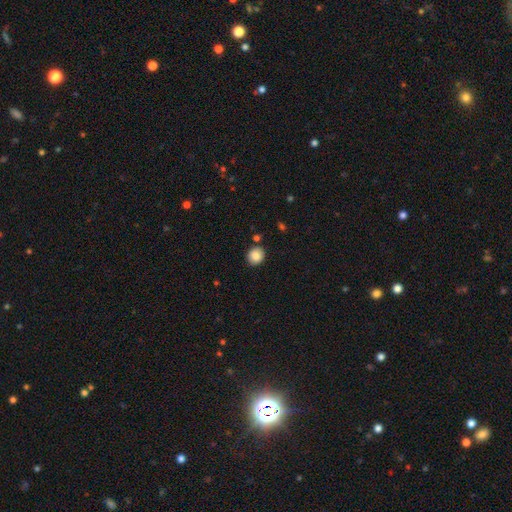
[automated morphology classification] smooth-or-featured: smooth: 85% | star or artifact: 9% | featured or disk: 6%
  how-rounded: round: 83% | in between: 16% | cigar-shaped: 1%
  merging: none: 86% | minor disturbance: 8% | merger: 4% | major disturbance: 2%